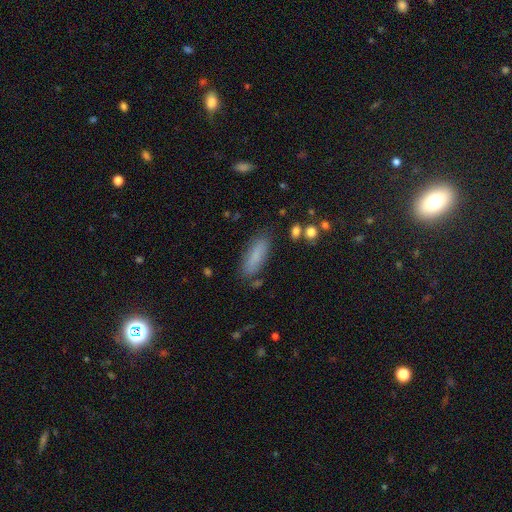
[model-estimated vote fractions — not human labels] Smooth or featured: smooth — 82% (featured or disk — 9%)
How rounded: in between — 55% (cigar-shaped — 43%)
Merging: none — 81% (minor disturbance — 13%)